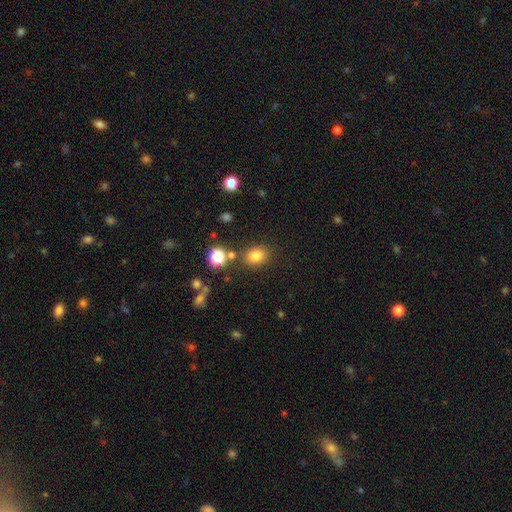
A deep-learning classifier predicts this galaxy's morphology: type=smooth (79%); roundness=round (53%); merging=none (79%).